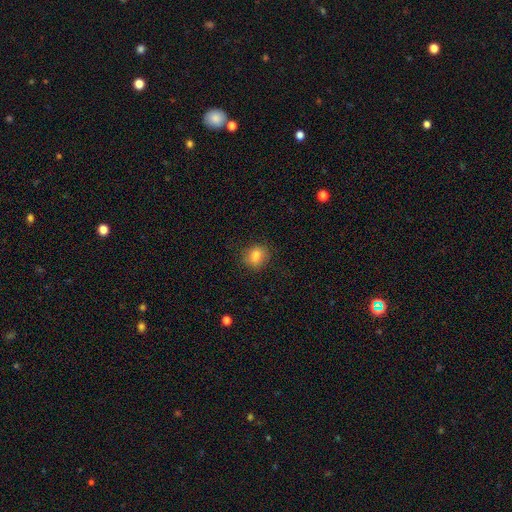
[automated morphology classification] A smooth galaxy with no disk features (81%) that is round (60%).

Vote fractions:
- Smooth or featured? smooth: 81% / star or artifact: 10% / featured or disk: 9%
- How rounded? round: 60% / in between: 39% / cigar-shaped: 1%
- Merging? none: 82% / minor disturbance: 13% / major disturbance: 4% / merger: 1%